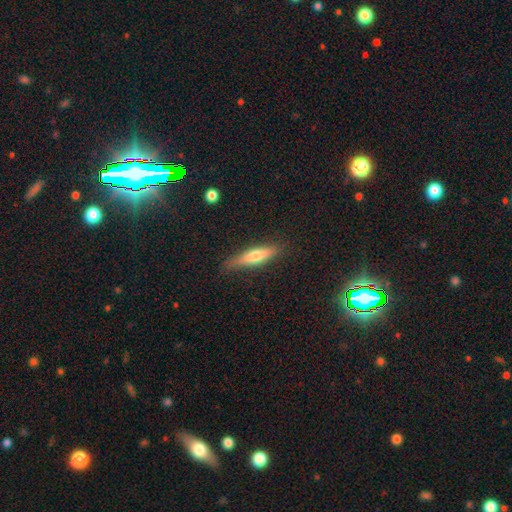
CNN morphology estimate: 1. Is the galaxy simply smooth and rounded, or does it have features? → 59% smooth, 35% featured or disk, 6% star or artifact.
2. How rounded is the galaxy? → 78% cigar-shaped, 20% in between, 2% round.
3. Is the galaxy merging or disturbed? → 80% none, 15% minor disturbance, 3% major disturbance, 1% merger.